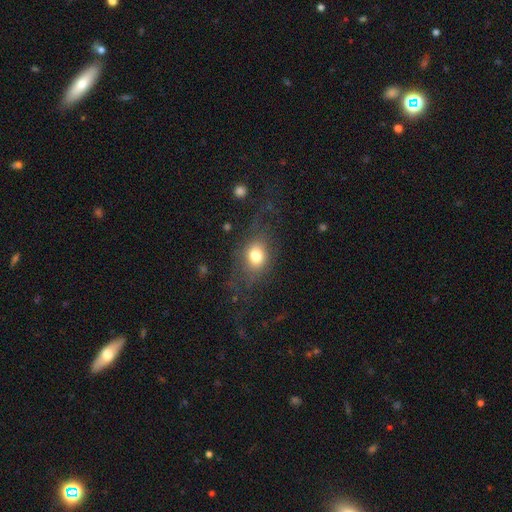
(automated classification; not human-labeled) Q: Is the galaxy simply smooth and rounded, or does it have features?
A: smooth — 70%.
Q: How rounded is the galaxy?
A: in between — 54%.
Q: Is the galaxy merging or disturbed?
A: none — 56%.